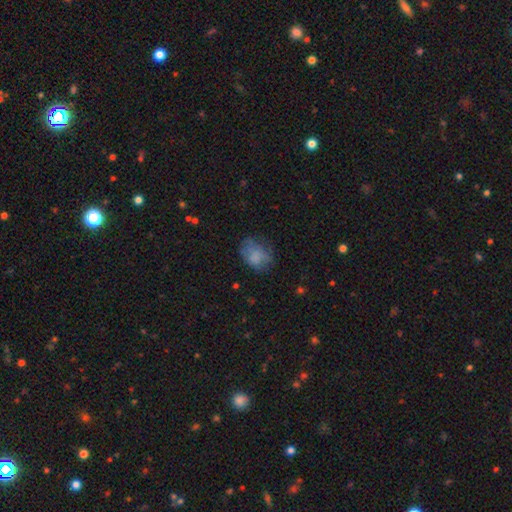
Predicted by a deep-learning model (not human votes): A smooth galaxy with no disk features (70%) that is in between round and cigar-shaped (64%). Merging: none (54%).